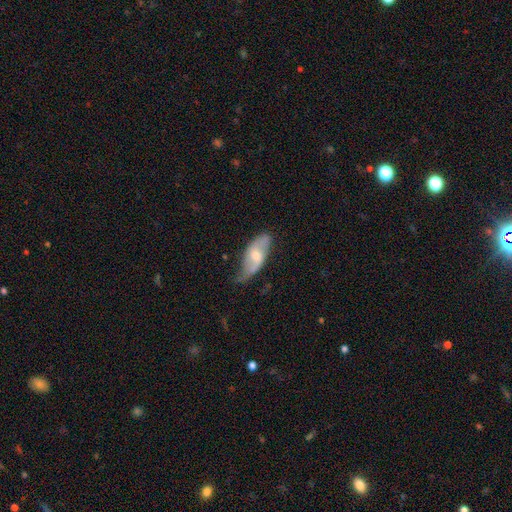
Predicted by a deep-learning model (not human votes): Smooth or featured: featured or disk — 59% (smooth — 34%)
Edge-on disk: no — 87% (yes — 13%)
Bar: weak — 46% (no — 40%)
Spiral arms: yes — 80% (no — 20%)
Bulge size: moderate — 58% (small — 32%)
Merging: none — 55% (minor disturbance — 33%)